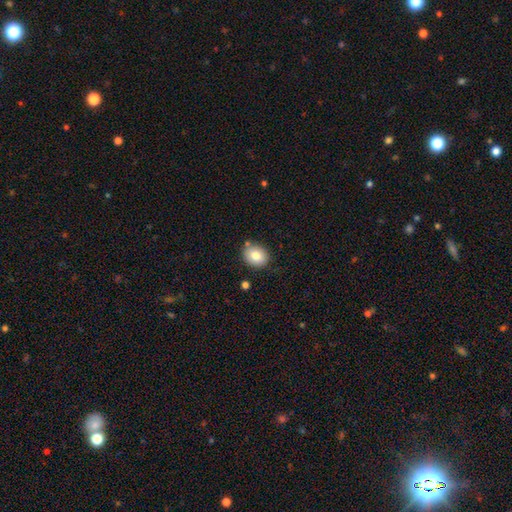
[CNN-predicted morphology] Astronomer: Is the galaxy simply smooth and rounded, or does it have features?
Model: smooth — 79%.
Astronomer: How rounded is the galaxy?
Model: round — 65%.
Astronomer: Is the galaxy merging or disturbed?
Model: none — 79%.